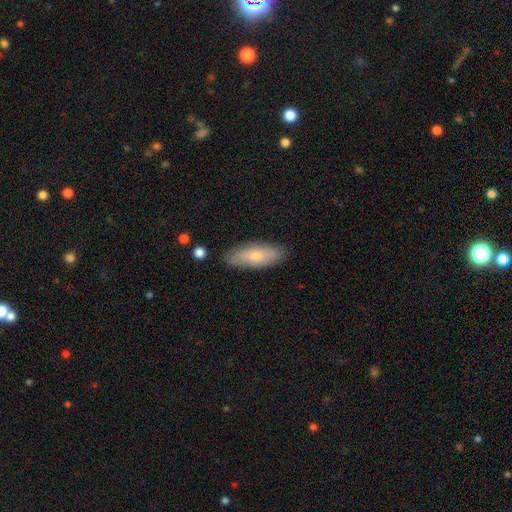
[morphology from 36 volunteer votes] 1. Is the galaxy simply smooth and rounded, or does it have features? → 83% smooth, 17% featured or disk, 0% star or artifact.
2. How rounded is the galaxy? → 67% in between, 33% cigar-shaped, 0% round.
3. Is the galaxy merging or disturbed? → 94% none, 6% minor disturbance, 0% major disturbance, 0% merger.